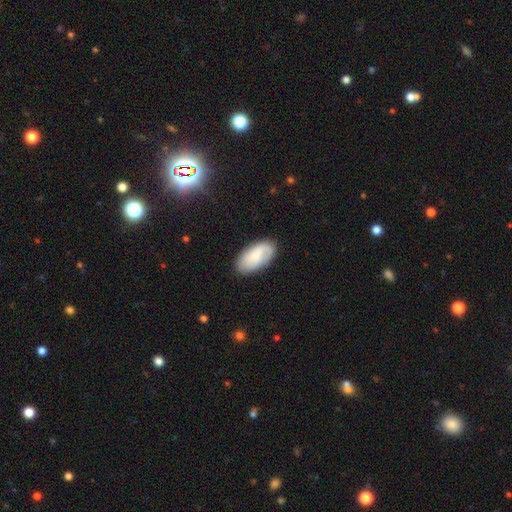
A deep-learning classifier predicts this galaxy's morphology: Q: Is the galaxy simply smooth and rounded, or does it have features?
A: smooth — 59%.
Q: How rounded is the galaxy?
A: in between — 94%.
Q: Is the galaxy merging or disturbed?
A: none — 78%.